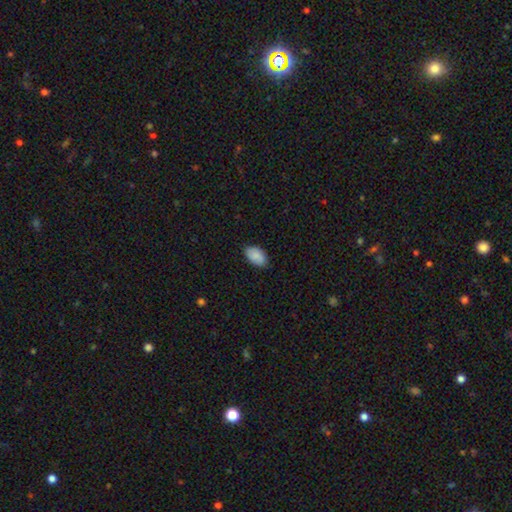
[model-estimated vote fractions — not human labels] Q: Smooth or featured?
A: smooth (88%); runner-up: star or artifact (6%)
Q: How rounded?
A: in between (94%); runner-up: round (5%)
Q: Merging?
A: none (85%); runner-up: minor disturbance (12%)